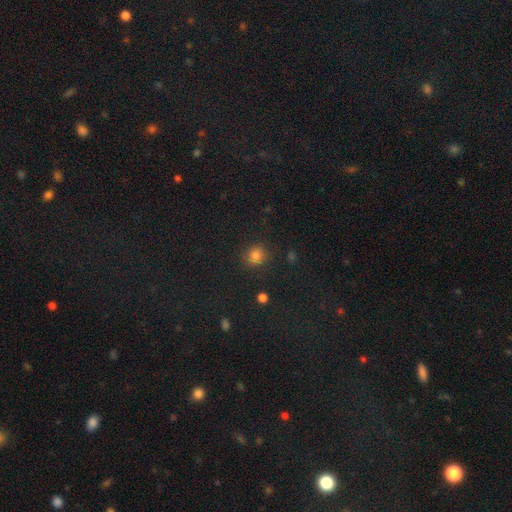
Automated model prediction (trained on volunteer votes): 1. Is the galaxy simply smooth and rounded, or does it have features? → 80% smooth, 15% star or artifact, 5% featured or disk.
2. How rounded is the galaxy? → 85% round, 14% in between, 1% cigar-shaped.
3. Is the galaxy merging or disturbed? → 85% none, 10% minor disturbance, 3% major disturbance, 2% merger.